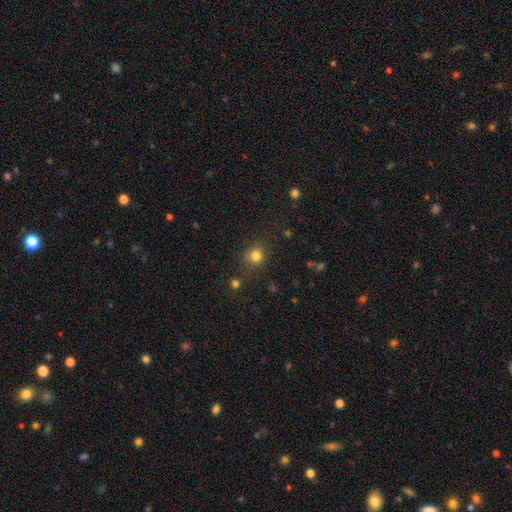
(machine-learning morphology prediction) Smooth or featured? smooth (80%)
How rounded? round (83%)
Merging? none (81%)